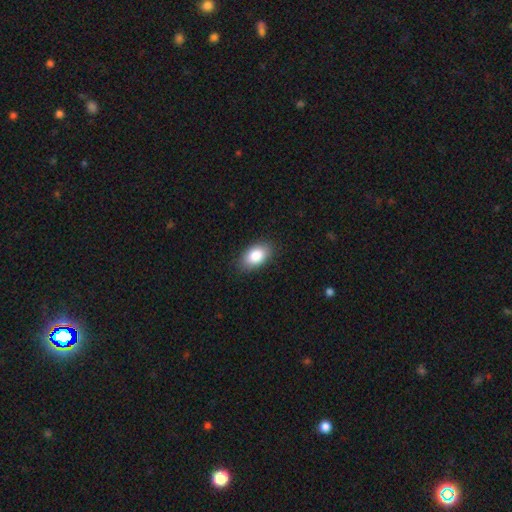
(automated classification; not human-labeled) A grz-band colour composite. It shows a smooth galaxy with no disk features (86%) that is in between round and cigar-shaped (91%). Merging: none (86%).